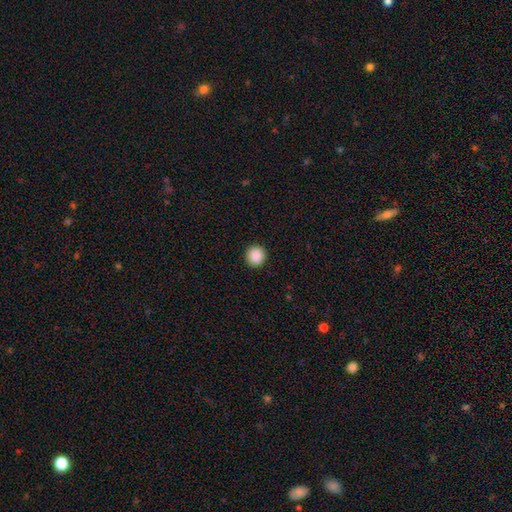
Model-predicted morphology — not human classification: type=smooth (89%); roundness=round (94%); merging=none (93%).